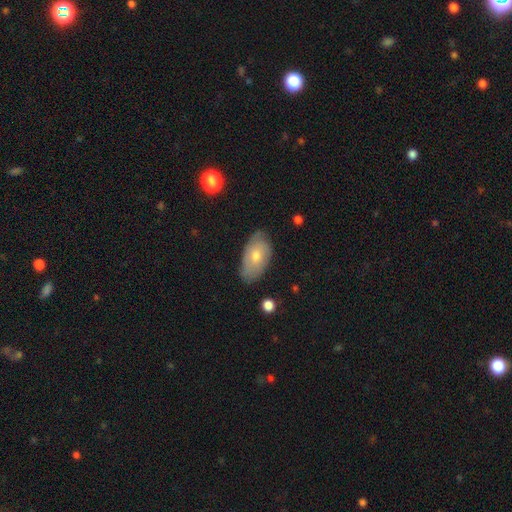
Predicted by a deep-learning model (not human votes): Q: Smooth or featured?
A: smooth (56%); runner-up: featured or disk (36%)
Q: How rounded?
A: in between (92%); runner-up: round (5%)
Q: Merging?
A: none (72%); runner-up: minor disturbance (23%)